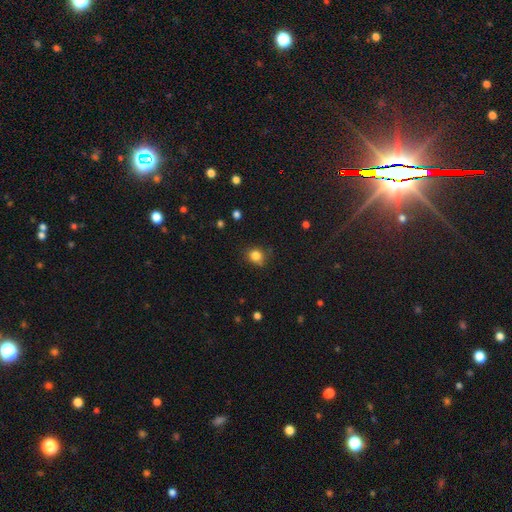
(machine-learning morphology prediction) This appears to be a smooth galaxy with no disk features (83%) that is round (75%). Merging: none (77%).